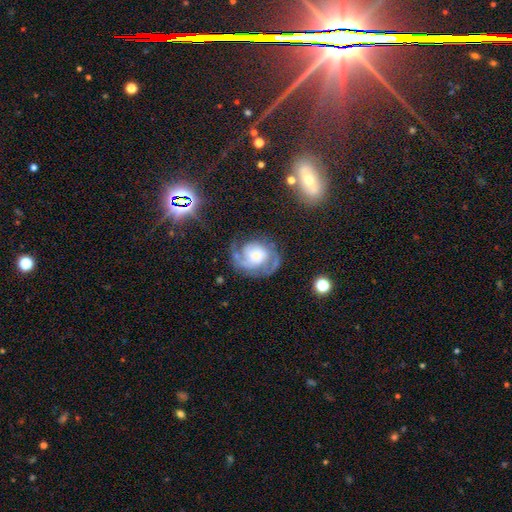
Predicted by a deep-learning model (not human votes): The model was most divided on "spiral winding": medium: 44%, tight: 41%, loose: 16%. Remaining: edge-on disk — no (98%); spiral arms — yes (94%); smooth or featured — featured or disk (80%); bar — no (70%); spiral arm count — 2 (64%); merging — none (61%); bulge size — small (37%).